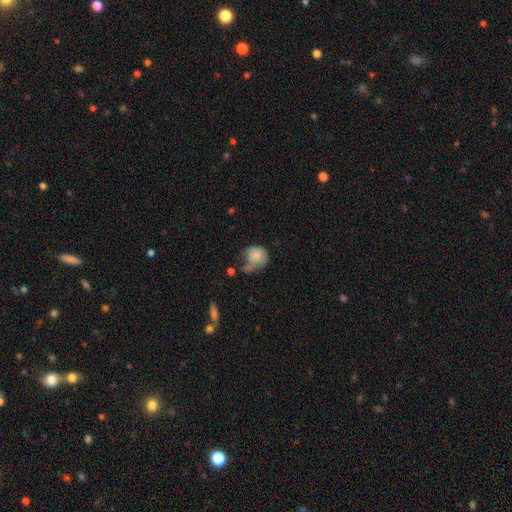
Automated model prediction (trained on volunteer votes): Overall: smooth (77%). How rounded: round (65%; in between 34%). Merging: none (31%; minor disturbance 30%).